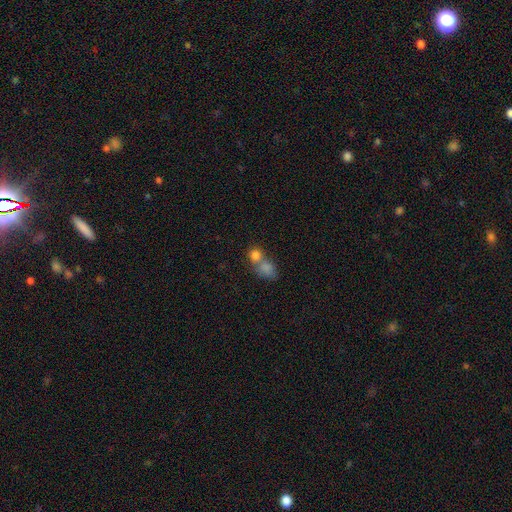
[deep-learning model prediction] This appears to be a smooth galaxy with no disk features (80%) that is round (63%). Merging: merger (60%).